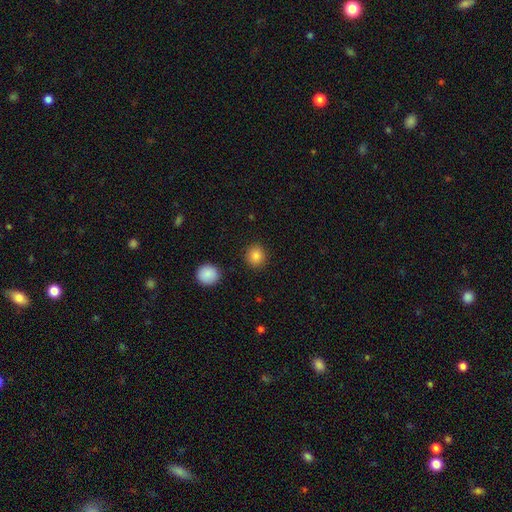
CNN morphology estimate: A smooth galaxy with no disk features (85%) that is round (88%). Merging: none (90%).